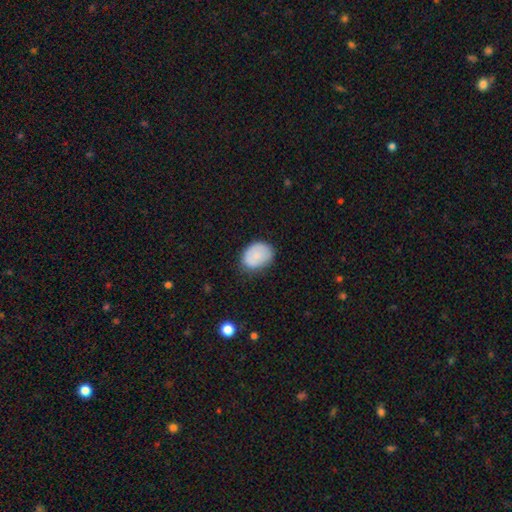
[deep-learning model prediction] A smooth galaxy with no disk features (78%) that is in between round and cigar-shaped (68%).

Vote fractions:
- Smooth or featured? smooth: 78% / featured or disk: 15% / star or artifact: 7%
- How rounded? in between: 68% / round: 31% / cigar-shaped: 1%
- Merging? none: 73% / minor disturbance: 21% / major disturbance: 5% / merger: 1%